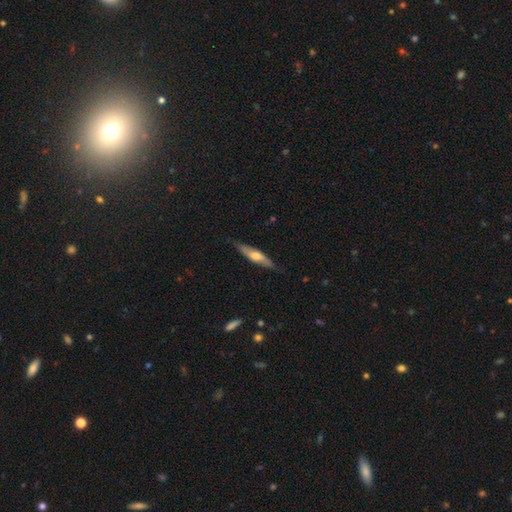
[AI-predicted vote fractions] Overall: smooth (48%; featured or disk 47%). Merging: none (78%).